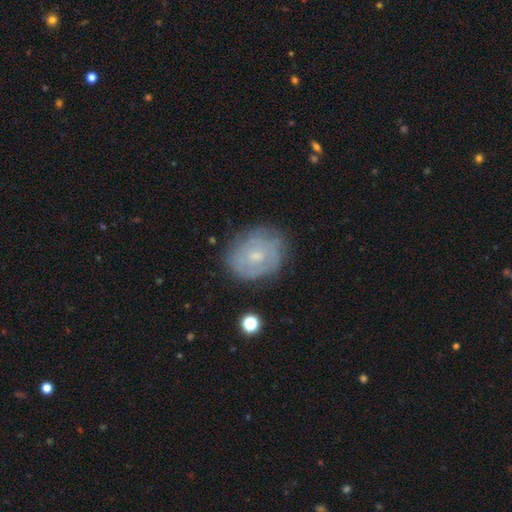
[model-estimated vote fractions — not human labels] smooth-or-featured: featured or disk: 59% | smooth: 33% | star or artifact: 8%
  disk-edge-on: no: 97% | yes: 3%
    bar: no: 77% | weak: 20% | strong: 3%
    has-spiral-arms: yes: 69% | no: 31%
    bulge-size: small: 65% | moderate: 29% | none: 4% | large: 1% | dominant: 1%
  merging: none: 74% | minor disturbance: 18% | major disturbance: 6% | merger: 2%